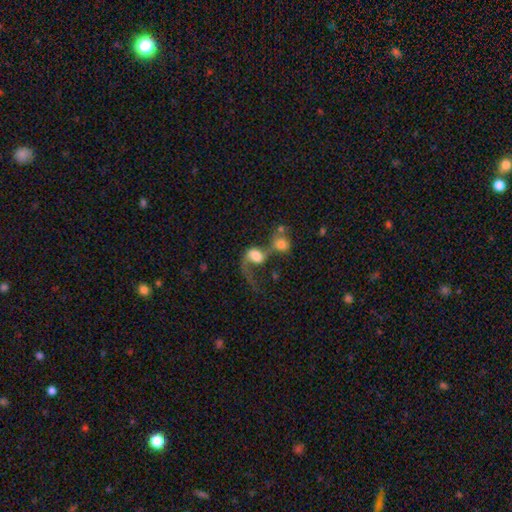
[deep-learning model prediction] Overall: featured or disk (48%; smooth 41%). Merging: merger (61%).